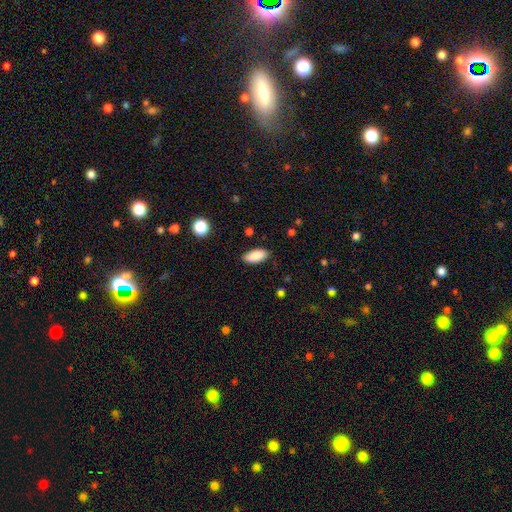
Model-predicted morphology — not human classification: The model was most divided on "merging": none: 86%, minor disturbance: 10%, major disturbance: 2%, merger: 1%. More confident: how rounded — in between (90%); smooth or featured — smooth (88%).